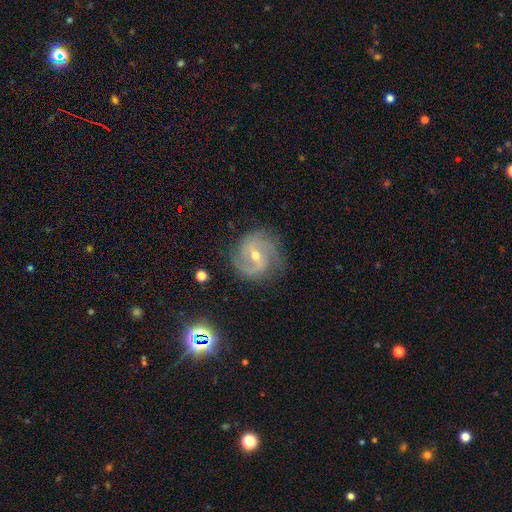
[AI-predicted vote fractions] This is clearly a featured or disk galaxy (84%). It is clearly not viewed edge-on (97%). Bar: possibly weak (49%). Spiral arm pattern: clearly yes (96%). Spiral arm count: likely 2 (69%). Spiral winding: possibly medium (48%). Central bulge: possibly moderate (50%). Merging: likely none (78%).